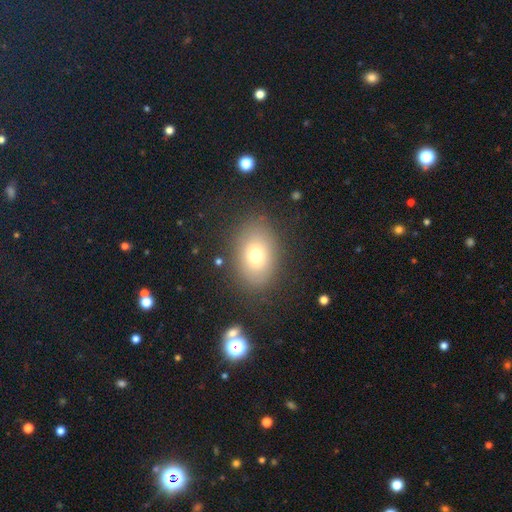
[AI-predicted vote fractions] Smooth or featured: smooth — 70% (featured or disk — 16%)
How rounded: in between — 72% (round — 27%)
Merging: none — 82% (minor disturbance — 11%)